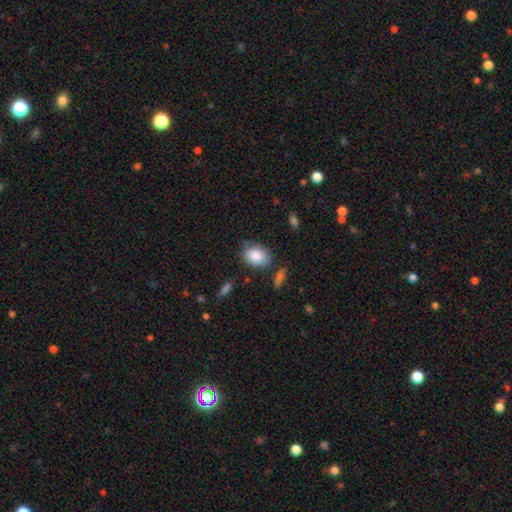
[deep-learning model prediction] Q: Smooth or featured?
A: smooth (84%); runner-up: featured or disk (8%)
Q: How rounded?
A: in between (74%); runner-up: round (24%)
Q: Merging?
A: none (70%); runner-up: minor disturbance (20%)